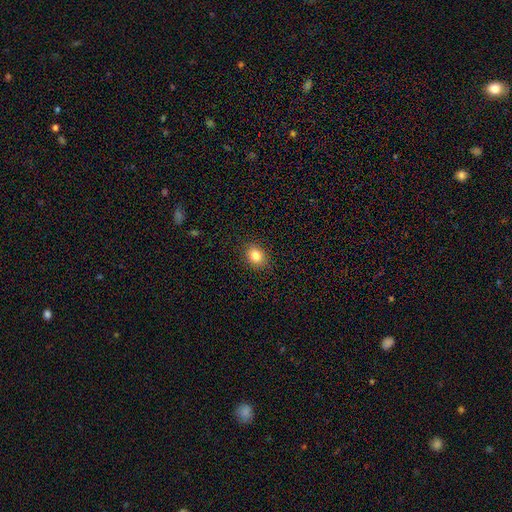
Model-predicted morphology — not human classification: smooth-or-featured: smooth: 82% | star or artifact: 11% | featured or disk: 7%
  how-rounded: round: 56% | in between: 43% | cigar-shaped: 1%
  merging: none: 89% | minor disturbance: 8% | major disturbance: 2% | merger: 1%